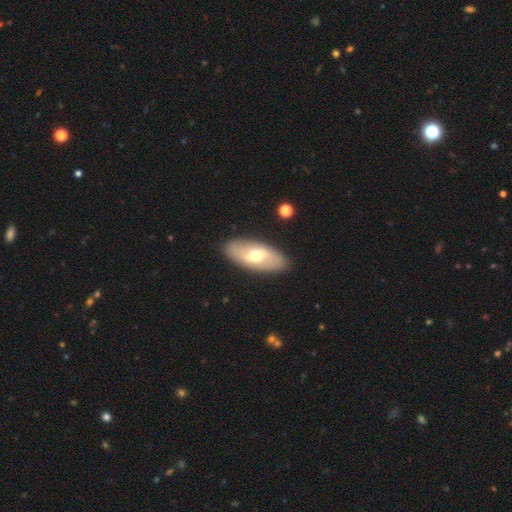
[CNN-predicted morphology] Smooth or featured? Predicted: featured or disk (p=0.56). Edge-on disk? Predicted: no (p=0.86). Merging? Predicted: none (p=0.87).